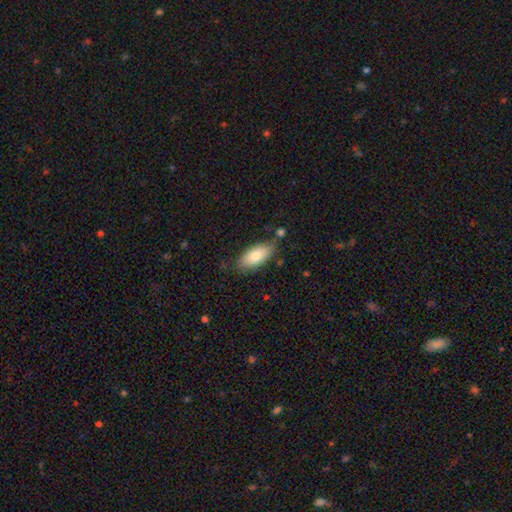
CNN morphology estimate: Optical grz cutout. It shows a smooth galaxy with no disk features (77%) that is in between round and cigar-shaped (88%). Merging: none (73%).